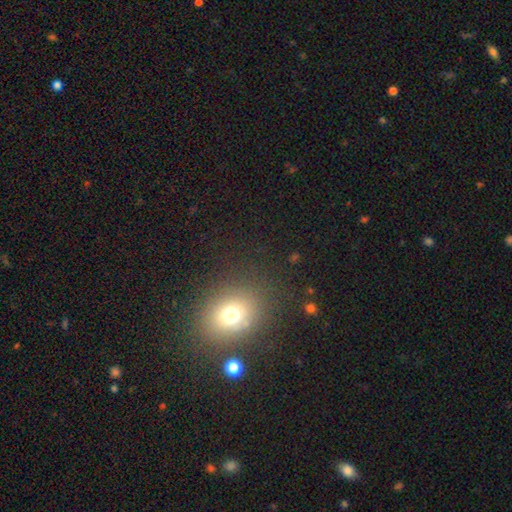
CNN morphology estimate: Q: Smooth or featured?
A: smooth (66%); runner-up: star or artifact (25%)
Q: How rounded?
A: round (49%); tied with: in between (49%)
Q: Merging?
A: none (87%); runner-up: minor disturbance (8%)